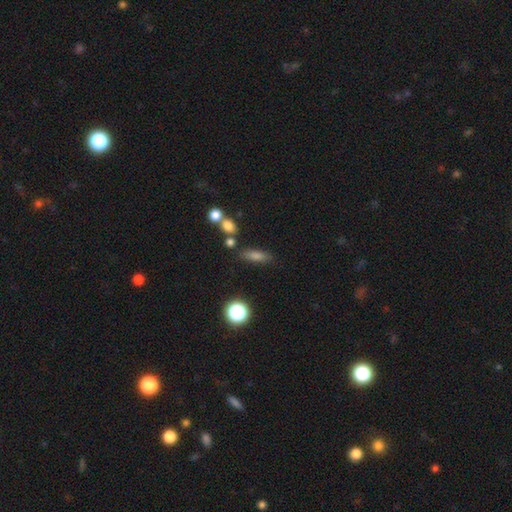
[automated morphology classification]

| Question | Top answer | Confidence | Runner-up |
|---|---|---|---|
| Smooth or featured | smooth | 71% | star or artifact (16%) |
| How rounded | in between | 46% | cigar-shaped (44%) |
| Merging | none | 76% | minor disturbance (12%) |